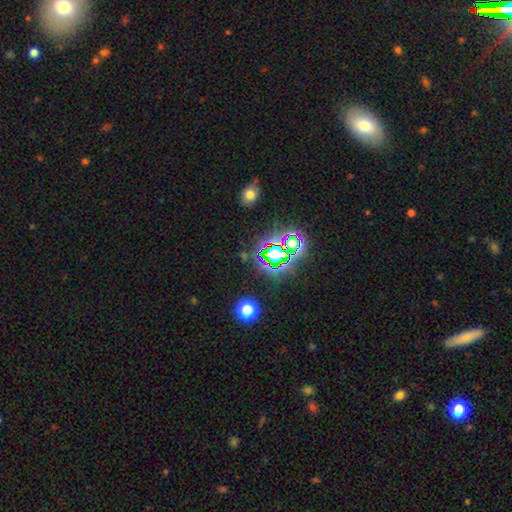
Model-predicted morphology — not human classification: smooth_or_featured: star or artifact (p=0.70) [alt: smooth p=0.19]